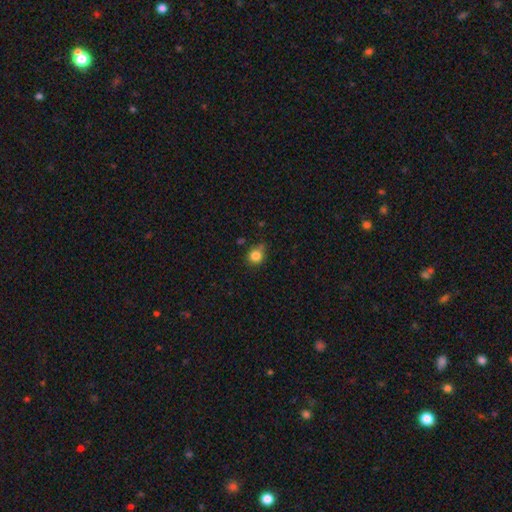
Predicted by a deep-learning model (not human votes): Morphology: type=smooth (83%); roundness=round (77%); merging=none (65%).